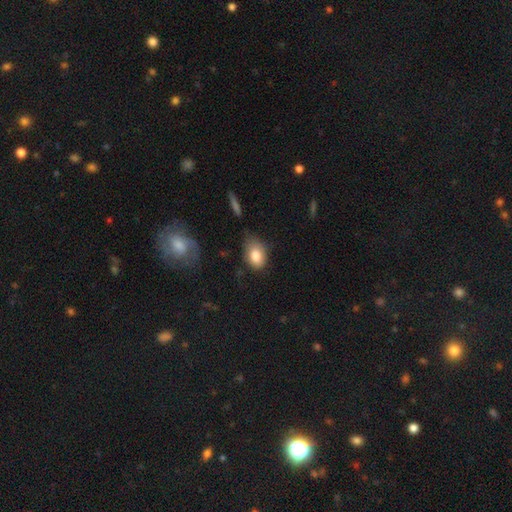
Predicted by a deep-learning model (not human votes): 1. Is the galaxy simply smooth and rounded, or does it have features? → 82% smooth, 11% featured or disk, 8% star or artifact.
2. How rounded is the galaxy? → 78% in between, 21% round, 1% cigar-shaped.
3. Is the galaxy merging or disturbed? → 54% none, 33% minor disturbance, 10% major disturbance, 3% merger.